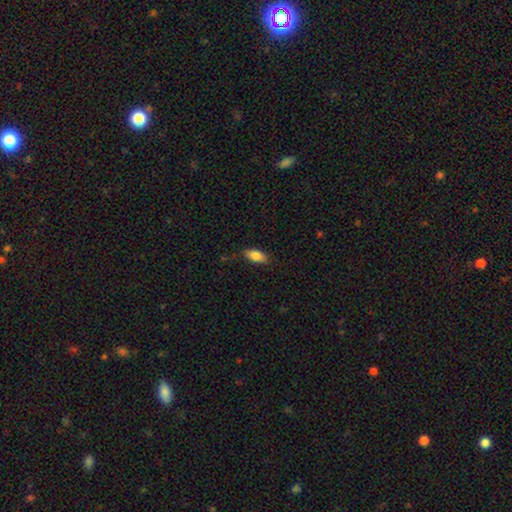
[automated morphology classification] Smooth or featured?
  - smooth: 84% *
  - featured or disk: 9%
  - star or artifact: 7%
How rounded?
  - in between: 86% *
  - cigar-shaped: 12%
  - round: 2%
Merging?
  - none: 80% *
  - minor disturbance: 16%
  - major disturbance: 3%
  - merger: 1%